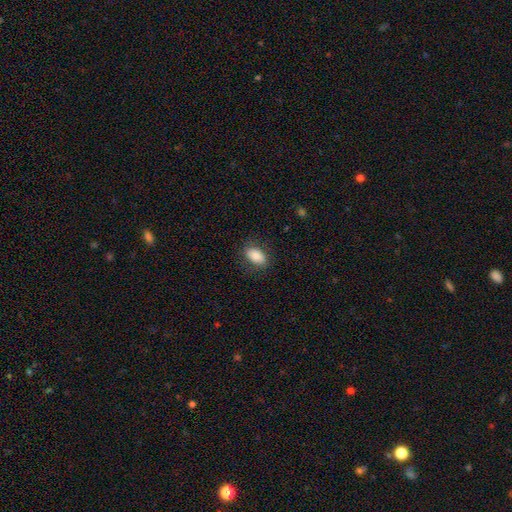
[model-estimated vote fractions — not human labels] smooth-or-featured: smooth: 81% | featured or disk: 12% | star or artifact: 8%
  how-rounded: in between: 89% | round: 9% | cigar-shaped: 2%
  merging: none: 82% | minor disturbance: 13% | major disturbance: 4% | merger: 1%